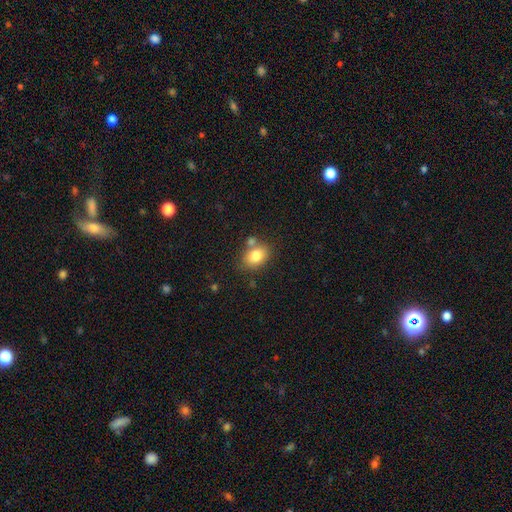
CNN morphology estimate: Smooth or featured: smooth — 80% (featured or disk — 11%)
How rounded: in between — 65% (round — 34%)
Merging: none — 65% (merger — 18%)